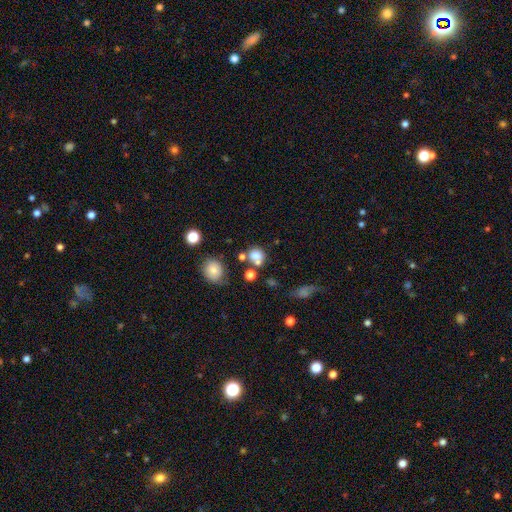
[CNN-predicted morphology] Smooth or featured? smooth (74%)
How rounded? round (75%)
Merging? none (52%)